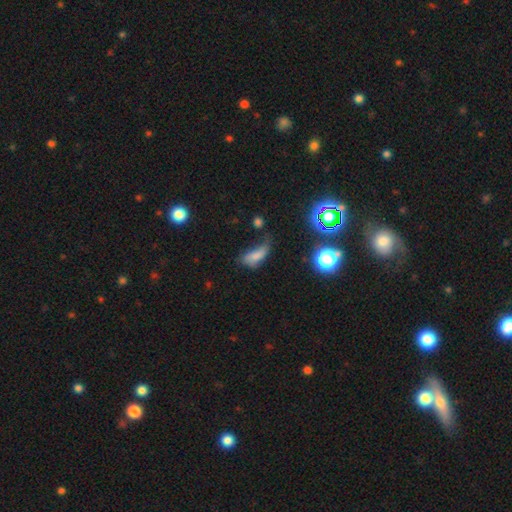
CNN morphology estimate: Overall: smooth (67%). How rounded: in between (81%). Merging: major disturbance (38%; minor disturbance 31%).